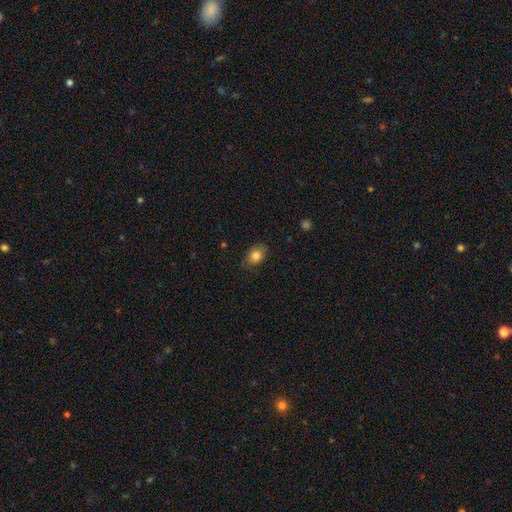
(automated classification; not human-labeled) Smooth or featured?
  - smooth: 83% *
  - star or artifact: 9%
  - featured or disk: 8%
How rounded?
  - in between: 66% *
  - round: 33%
  - cigar-shaped: 1%
Merging?
  - none: 79% *
  - minor disturbance: 16%
  - major disturbance: 3%
  - merger: 1%